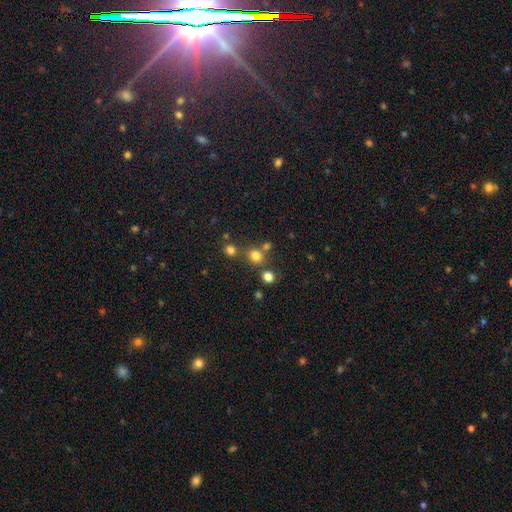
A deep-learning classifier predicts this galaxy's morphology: This is likely a smooth galaxy (75%). How rounded: clearly round (85%). Merging: likely none (67%).